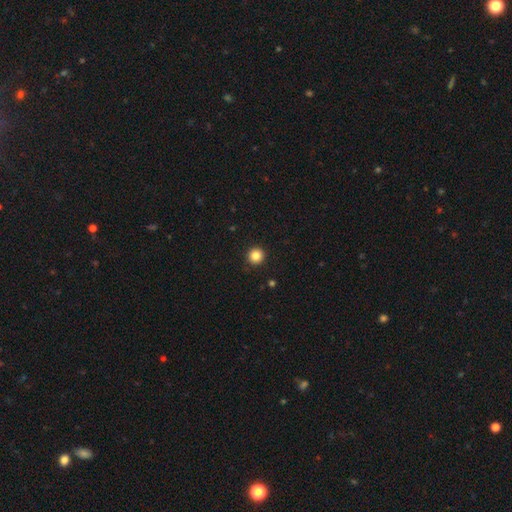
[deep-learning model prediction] smooth-or-featured: smooth: 84% | star or artifact: 11% | featured or disk: 5%
  how-rounded: round: 96% | in between: 3% | cigar-shaped: 1%
  merging: none: 93% | minor disturbance: 4% | major disturbance: 1% | merger: 1%